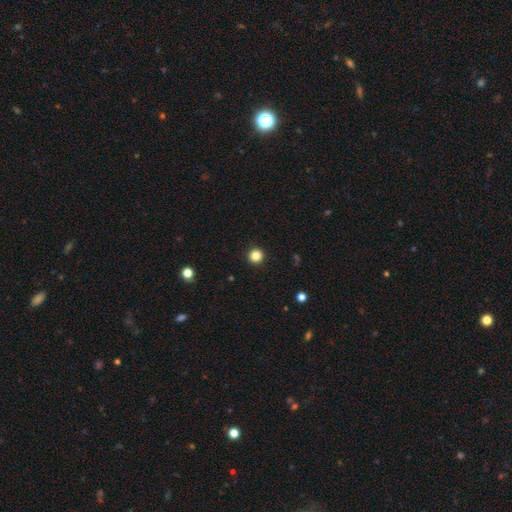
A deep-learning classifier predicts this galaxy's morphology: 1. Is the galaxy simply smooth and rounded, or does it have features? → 85% smooth, 12% star or artifact, 4% featured or disk.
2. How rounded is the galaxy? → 96% round, 3% in between, 1% cigar-shaped.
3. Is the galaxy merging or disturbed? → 94% none, 4% minor disturbance, 2% major disturbance, 1% merger.